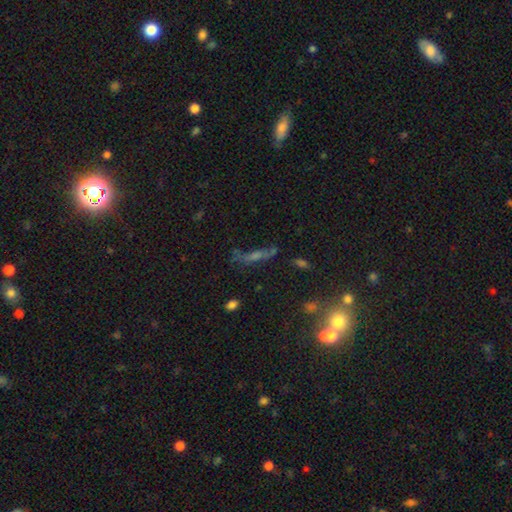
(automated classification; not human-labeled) The model was most divided on "smooth or featured": featured or disk: 35%, star or artifact: 33%, smooth: 32%. More confident: merging — none (56%).